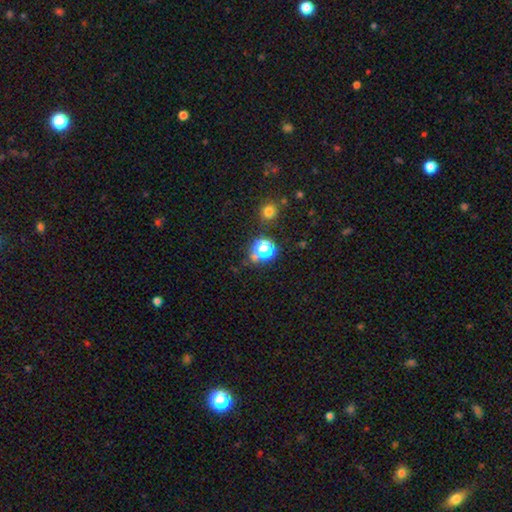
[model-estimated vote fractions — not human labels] This is possibly a star or artifact rather than a galaxy (53%).